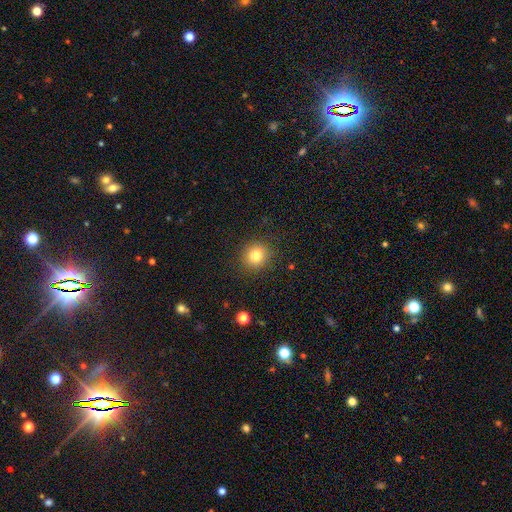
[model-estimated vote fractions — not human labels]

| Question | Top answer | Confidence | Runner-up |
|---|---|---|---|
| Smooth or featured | smooth | 80% | star or artifact (12%) |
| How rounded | round | 87% | in between (12%) |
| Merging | none | 89% | minor disturbance (7%) |